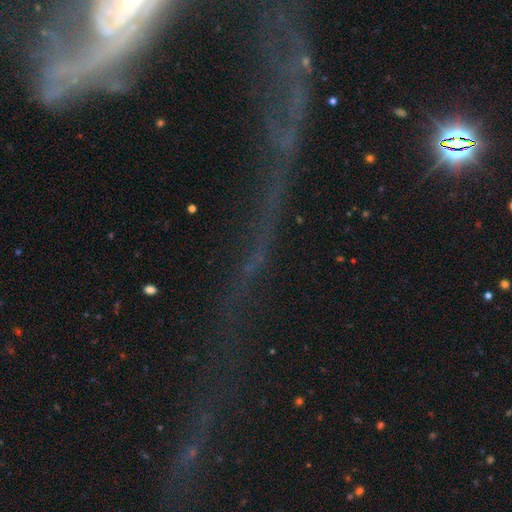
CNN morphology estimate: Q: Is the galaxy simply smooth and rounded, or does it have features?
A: star or artifact — 60%.